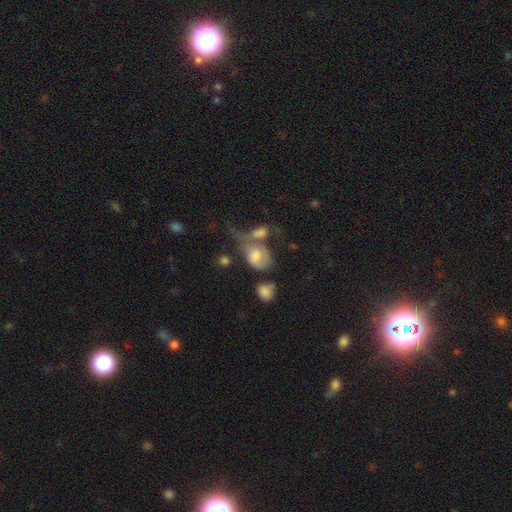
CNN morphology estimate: Overall: smooth (57%; featured or disk 33%). How rounded: in between (73%). Merging: merger (46%; major disturbance 23%).